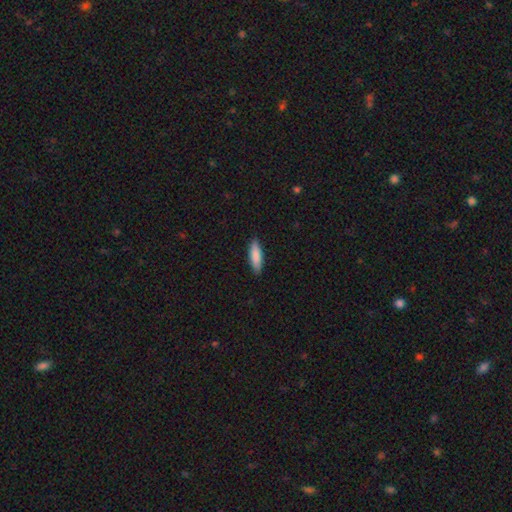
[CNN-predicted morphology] type=smooth (85%); roundness=cigar-shaped (55%); merging=none (89%).